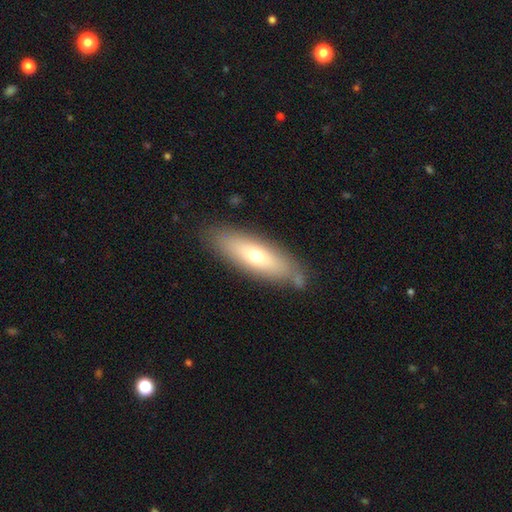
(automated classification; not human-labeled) smooth-or-featured: smooth: 59% | featured or disk: 33% | star or artifact: 7%
  how-rounded: in between: 51% | cigar-shaped: 47% | round: 3%
  merging: none: 79% | minor disturbance: 13% | merger: 5% | major disturbance: 4%